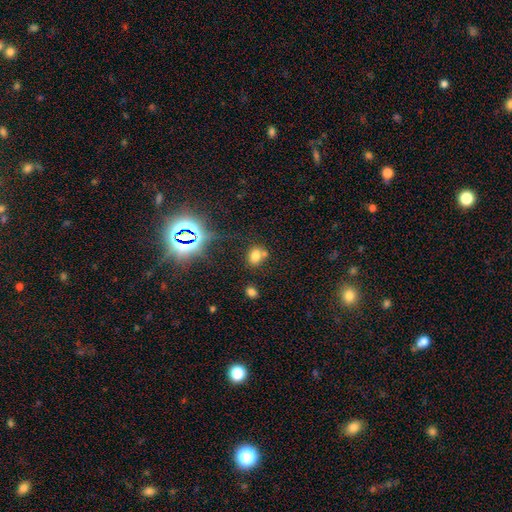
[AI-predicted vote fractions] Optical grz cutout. It shows a smooth galaxy with no disk features (70%) that is in between round and cigar-shaped (55%). Merging: none (55%).